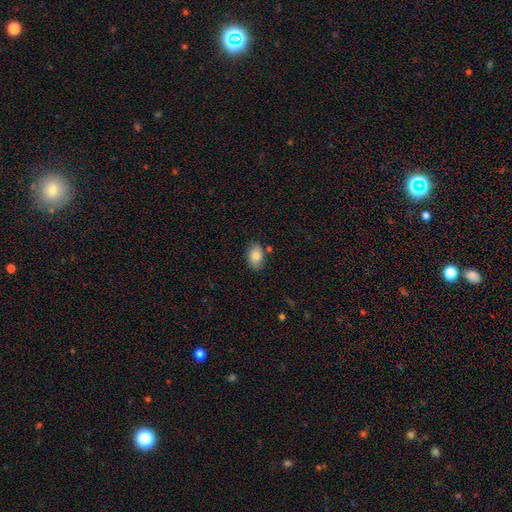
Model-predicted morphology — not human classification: The model was most divided on "merging": none: 76%, minor disturbance: 16%, merger: 4%, major disturbance: 3%. More confident: how rounded — in between (84%); smooth or featured — smooth (83%).